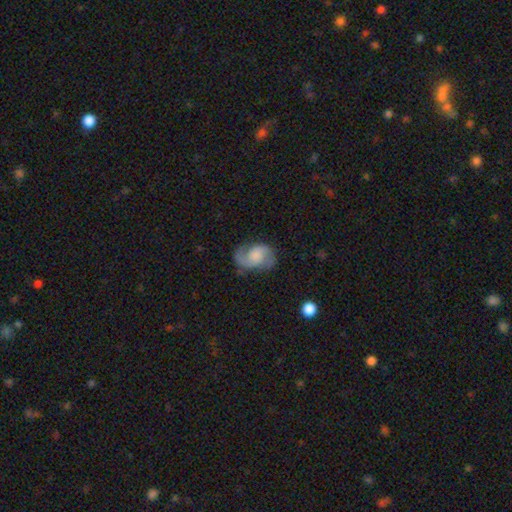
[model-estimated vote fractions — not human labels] A featured or disk galaxy (74%) with no bar (60%), 2 (88%) medium (49%) spiral arms (94%) and no central bulge (34%).

Vote fractions:
- Smooth or featured? featured or disk: 74% / smooth: 19% / star or artifact: 7%
- Edge-on disk? no: 98% / yes: 2%
- Bar? no: 60% / weak: 34% / strong: 6%
- Spiral arms? yes: 94% / no: 6%
- Spiral winding? medium: 49% / loose: 35% / tight: 16%
- Spiral arm count? 2: 88% / 1: 5% / can't tell: 4% / 3: 1% / 4: 1% / more than 4: 1%
- Bulge size? none: 34% / large: 23% / moderate: 22% / small: 17% / dominant: 4%
- Merging? none: 69% / minor disturbance: 19% / major disturbance: 10% / merger: 2%